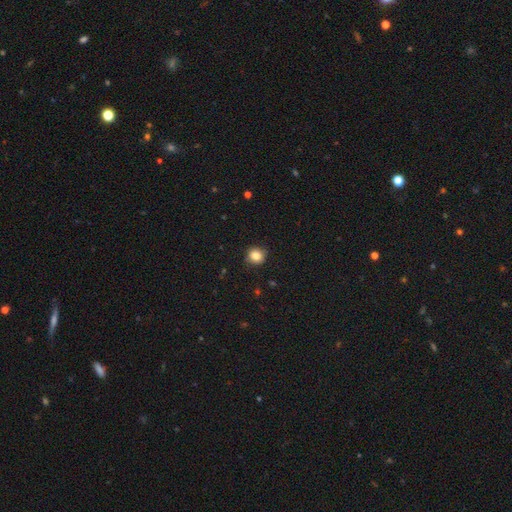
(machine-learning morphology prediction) A smooth galaxy with no disk features (83%) that is round (87%).

Vote fractions:
- Smooth or featured? smooth: 83% / star or artifact: 11% / featured or disk: 6%
- How rounded? round: 87% / in between: 12% / cigar-shaped: 1%
- Merging? none: 88% / minor disturbance: 9% / major disturbance: 2% / merger: 1%